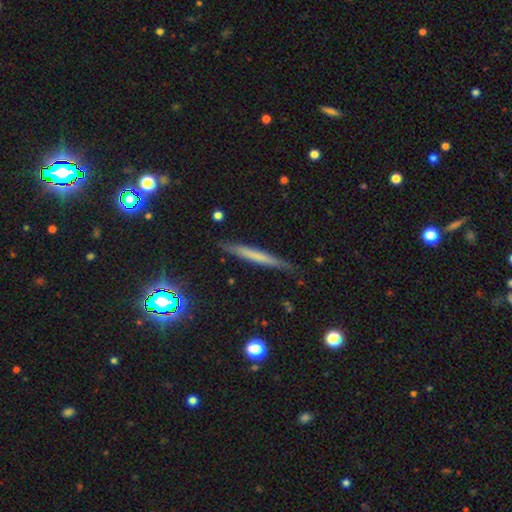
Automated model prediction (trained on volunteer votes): Smooth or featured? Predicted: smooth (p=0.54). How rounded? Predicted: cigar-shaped (p=0.95). Merging? Predicted: none (p=0.86).